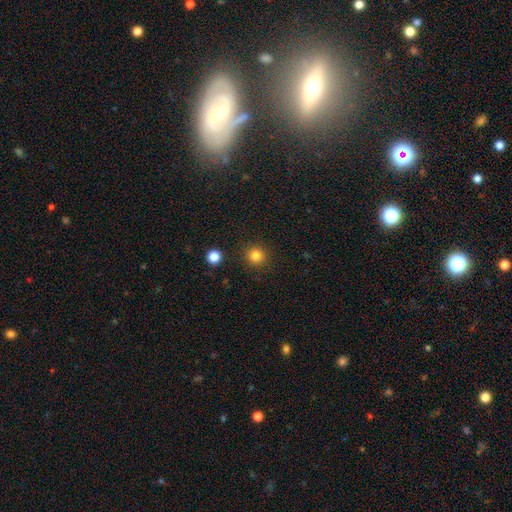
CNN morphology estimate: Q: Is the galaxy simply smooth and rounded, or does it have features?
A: smooth — 82%.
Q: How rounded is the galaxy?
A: round — 94%.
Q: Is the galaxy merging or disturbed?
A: none — 91%.